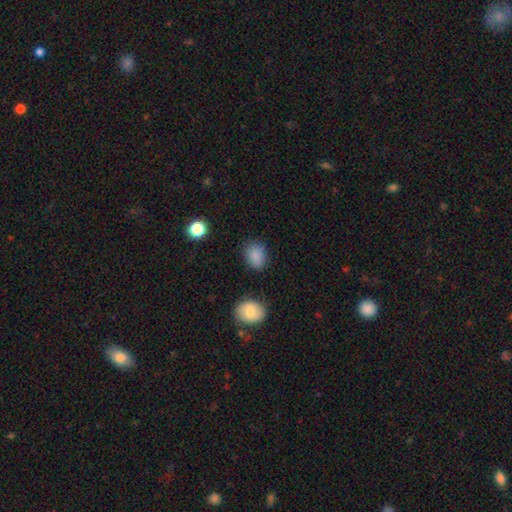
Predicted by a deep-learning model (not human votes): Smooth or featured? smooth (86%)
How rounded? in between (66%)
Merging? none (76%)